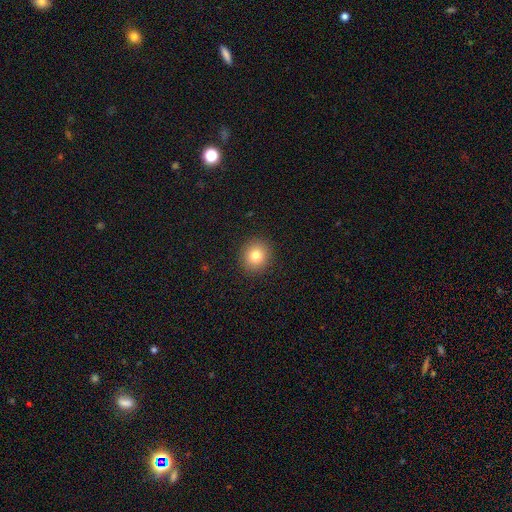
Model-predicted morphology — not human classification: Overall: smooth (80%). How rounded: round (89%). Merging: none (92%).